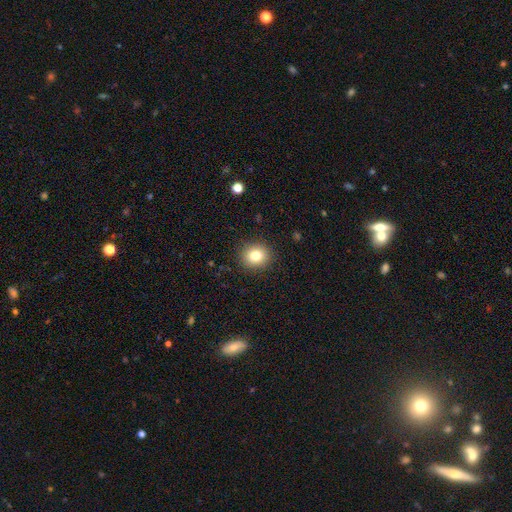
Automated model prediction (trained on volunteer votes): Smooth or featured?
  - smooth: 81% *
  - star or artifact: 11%
  - featured or disk: 8%
How rounded?
  - round: 82% *
  - in between: 17%
  - cigar-shaped: 1%
Merging?
  - none: 90% *
  - minor disturbance: 7%
  - major disturbance: 2%
  - merger: 1%